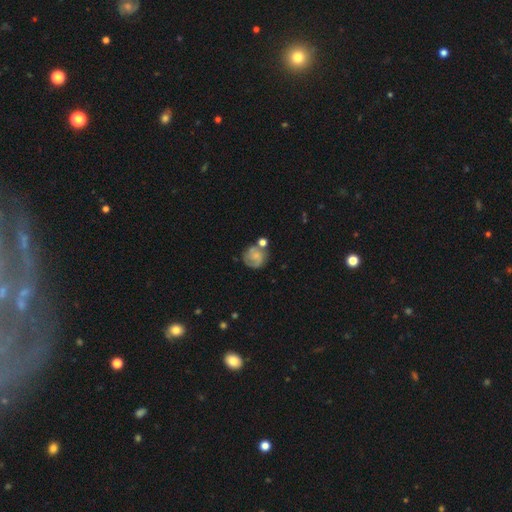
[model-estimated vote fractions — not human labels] smooth_or_featured: featured or disk (p=0.50) [alt: smooth p=0.42]
disk_edge_on: no (p=0.98) [alt: yes p=0.02]
merging: none (p=0.56) [alt: minor disturbance p=0.19]